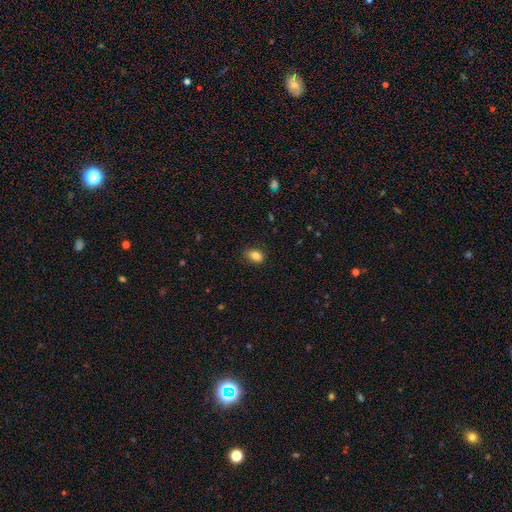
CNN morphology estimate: Q: Smooth or featured?
A: smooth (85%); runner-up: star or artifact (9%)
Q: How rounded?
A: in between (80%); runner-up: round (19%)
Q: Merging?
A: none (83%); runner-up: minor disturbance (14%)